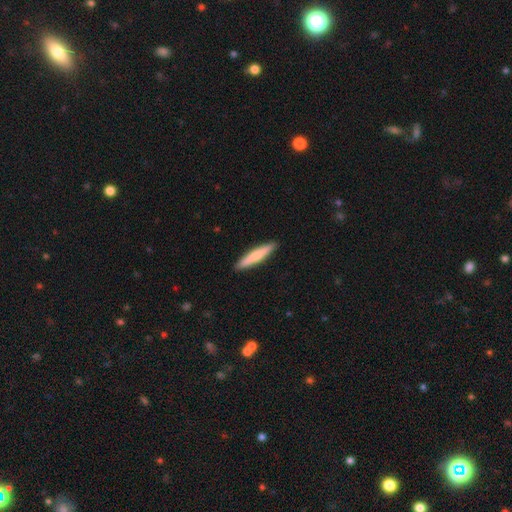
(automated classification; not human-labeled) smooth 68%, featured or disk 27%, star or artifact 5%. Down the decision tree: how rounded — cigar-shaped (91%); merging — none (91%).